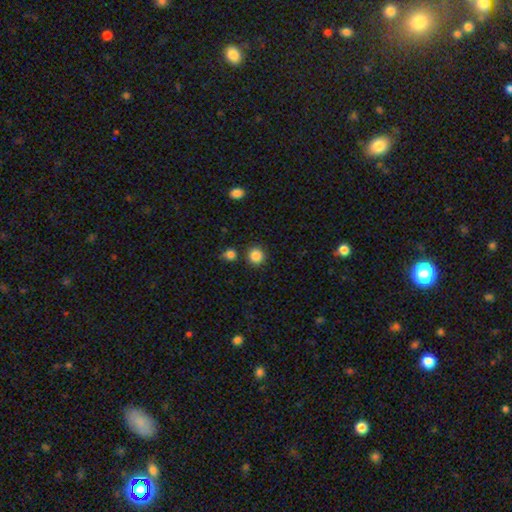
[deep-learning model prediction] Morphology: type=smooth (86%); roundness=round (92%); merging=none (85%).